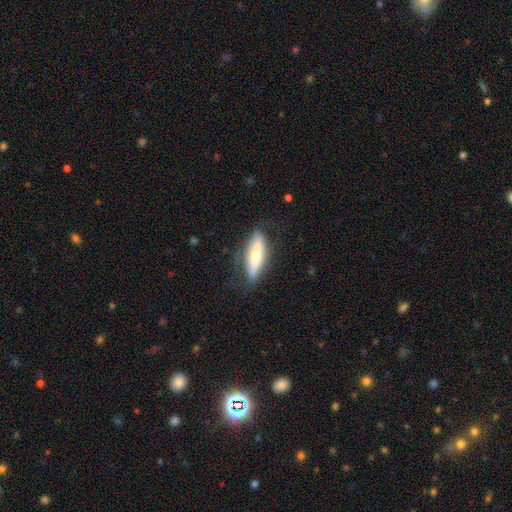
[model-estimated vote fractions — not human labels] Smooth or featured? smooth (61%)
How rounded? cigar-shaped (57%)
Merging? none (73%)